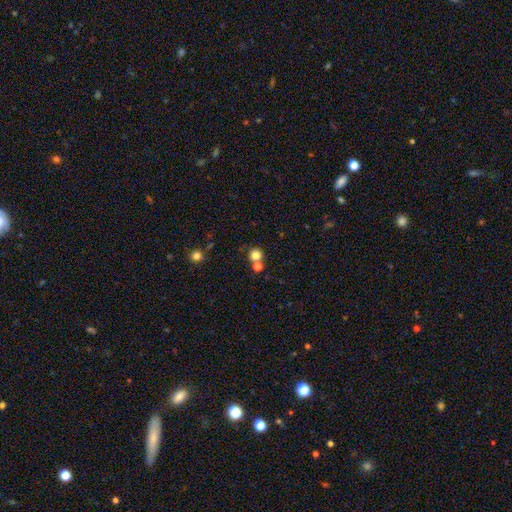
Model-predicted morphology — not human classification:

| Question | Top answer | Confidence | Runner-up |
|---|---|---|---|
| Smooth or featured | smooth | 79% | star or artifact (13%) |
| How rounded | round | 90% | in between (9%) |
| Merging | none | 63% | merger (25%) |